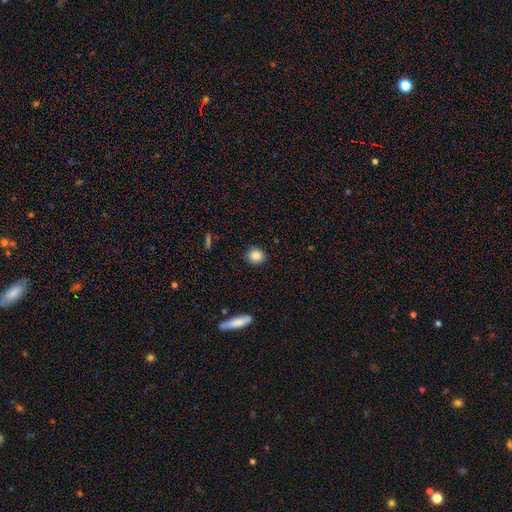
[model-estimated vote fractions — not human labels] smooth-or-featured: smooth: 87% | star or artifact: 9% | featured or disk: 4%
  how-rounded: round: 82% | in between: 17% | cigar-shaped: 1%
  merging: none: 90% | minor disturbance: 7% | major disturbance: 2% | merger: 1%